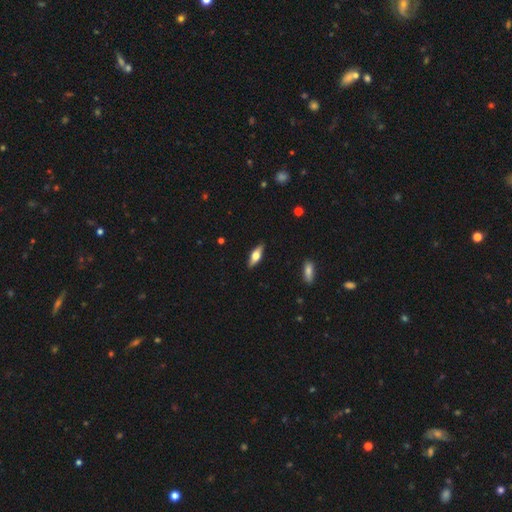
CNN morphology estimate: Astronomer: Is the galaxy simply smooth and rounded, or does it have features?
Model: smooth — 52% (runner-up: featured or disk, 42%).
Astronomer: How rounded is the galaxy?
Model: in between — 65%.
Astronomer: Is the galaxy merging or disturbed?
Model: none — 87%.